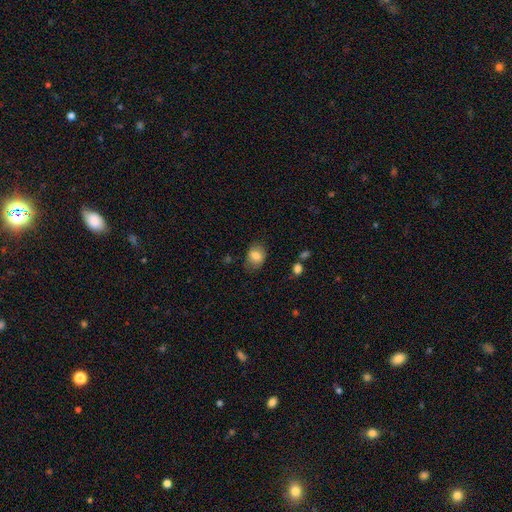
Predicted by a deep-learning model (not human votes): A smooth galaxy with no disk features (79%) that is in between round and cigar-shaped (67%).

Vote fractions:
- Smooth or featured? smooth: 79% / featured or disk: 12% / star or artifact: 8%
- How rounded? in between: 67% / round: 32% / cigar-shaped: 1%
- Merging? none: 73% / minor disturbance: 20% / major disturbance: 6% / merger: 2%